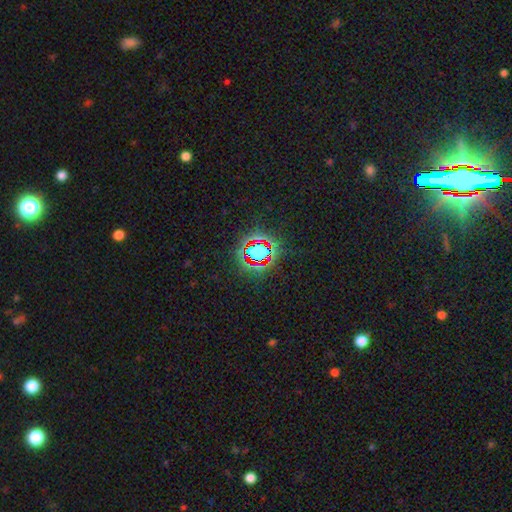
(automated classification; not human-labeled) Smooth or featured?
  - star or artifact: 68% *
  - smooth: 21%
  - featured or disk: 11%